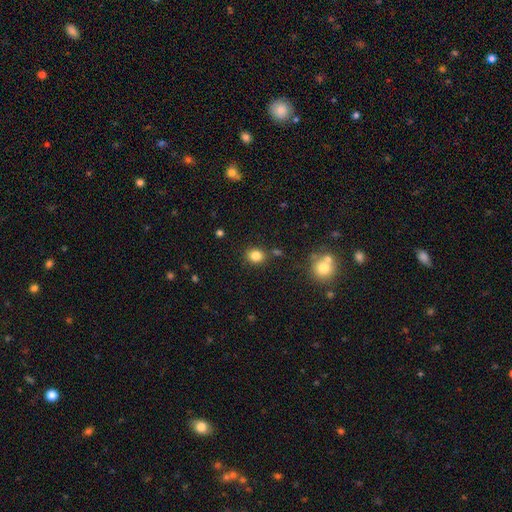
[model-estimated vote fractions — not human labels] This is clearly a smooth galaxy (84%). How rounded: likely round (67%). Merging: clearly none (84%).